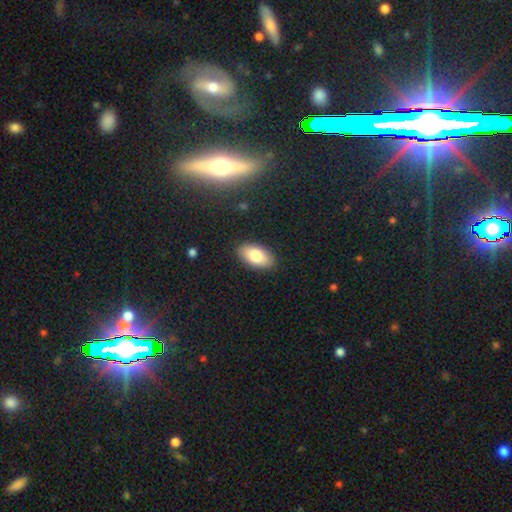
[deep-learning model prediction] The model was most divided on "smooth or featured": smooth: 80%, featured or disk: 13%, star or artifact: 7%. More confident: how rounded — in between (94%); merging — none (88%).